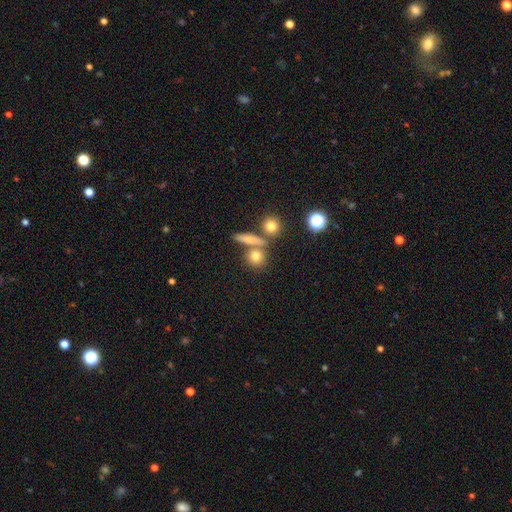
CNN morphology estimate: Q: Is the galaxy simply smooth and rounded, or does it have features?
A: smooth — 73%.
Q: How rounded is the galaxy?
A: round — 78%.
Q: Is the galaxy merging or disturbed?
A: none — 62%.